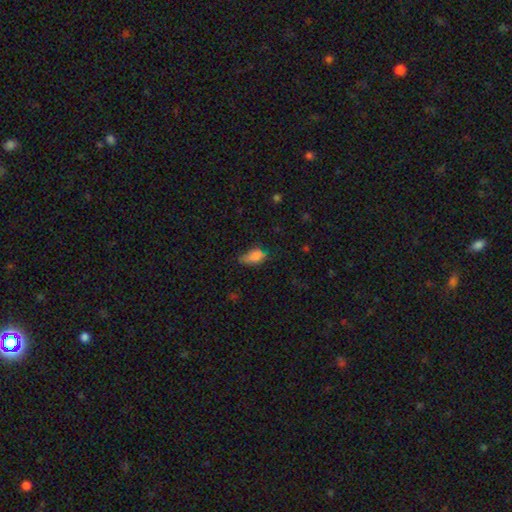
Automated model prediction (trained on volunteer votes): Q: Smooth or featured?
A: smooth (78%); runner-up: featured or disk (12%)
Q: How rounded?
A: in between (87%); runner-up: cigar-shaped (6%)
Q: Merging?
A: none (42%); runner-up: minor disturbance (39%)